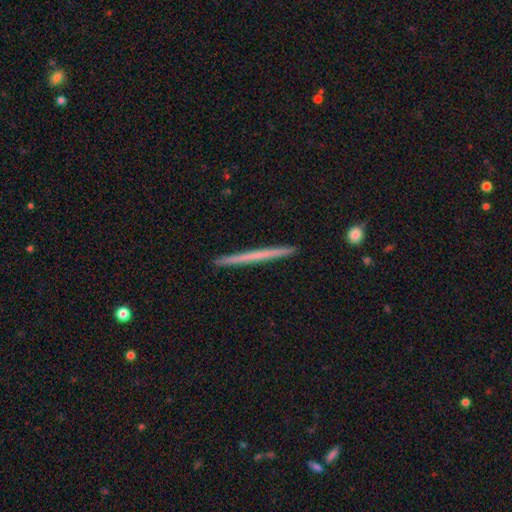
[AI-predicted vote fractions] smooth_or_featured: smooth (p=0.50) [alt: featured or disk p=0.45]
how_rounded: cigar-shaped (p=0.97) [alt: in between p=0.01]
merging: none (p=0.93) [alt: minor disturbance p=0.05]